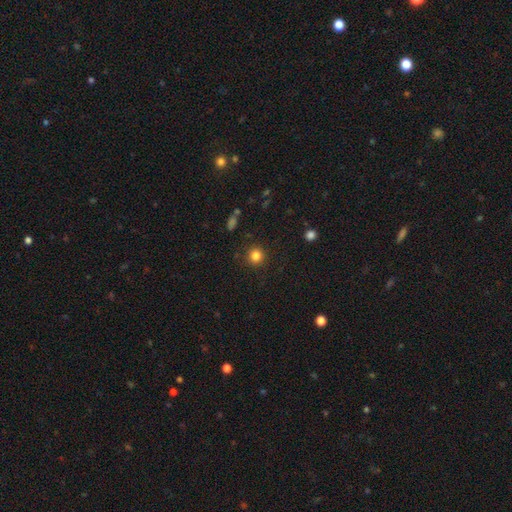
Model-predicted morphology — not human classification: Smooth or featured? smooth (83%)
How rounded? round (92%)
Merging? none (90%)